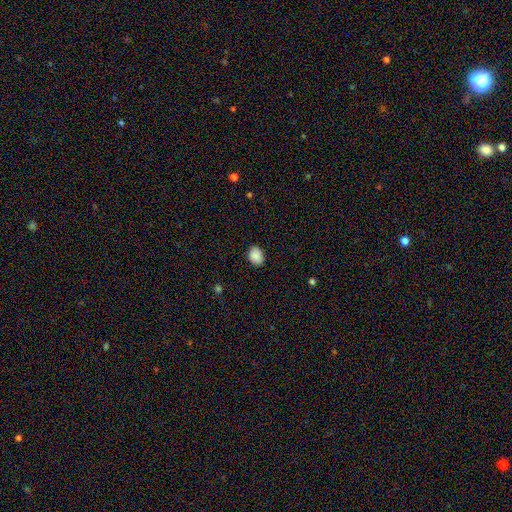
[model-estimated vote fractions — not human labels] Smooth or featured? Predicted: smooth (p=0.89). How rounded? Predicted: in between (p=0.64). Merging? Predicted: none (p=0.88).